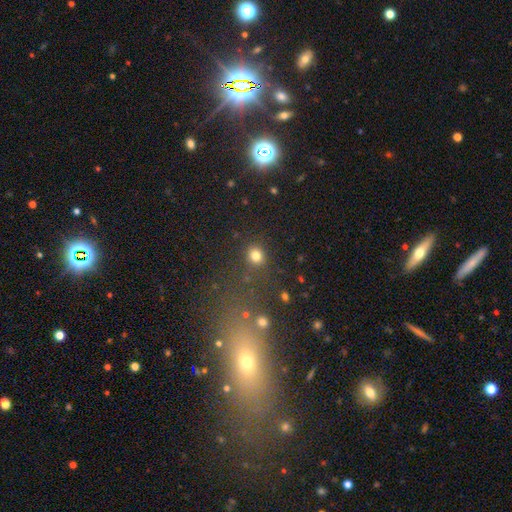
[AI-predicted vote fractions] The model was most divided on "how rounded": round: 80%, in between: 19%, cigar-shaped: 1%. More confident: merging — none (81%); smooth or featured — smooth (80%).